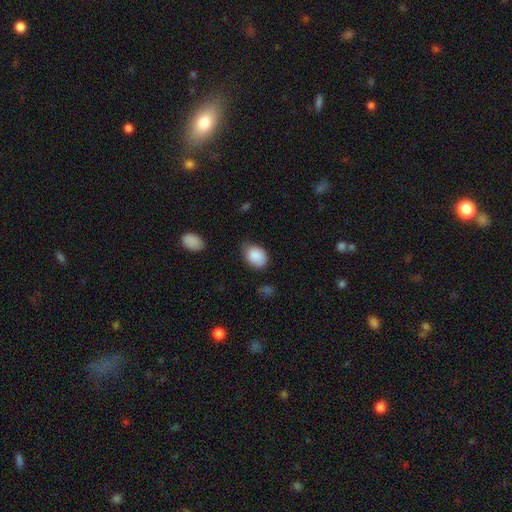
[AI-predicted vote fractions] Overall: smooth (88%). How rounded: in between (77%). Merging: none (64%; minor disturbance 29%).